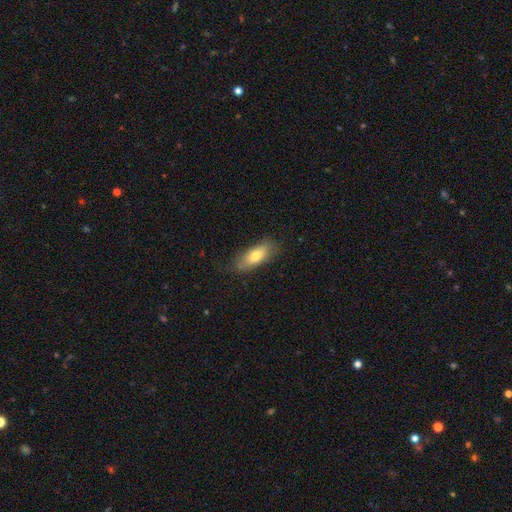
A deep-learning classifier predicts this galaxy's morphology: smooth 73%, featured or disk 21%, star or artifact 7%. Down the decision tree: how rounded — in between (71%); merging — none (77%).